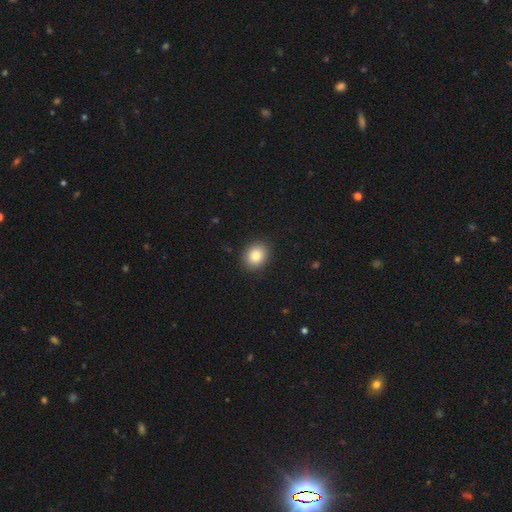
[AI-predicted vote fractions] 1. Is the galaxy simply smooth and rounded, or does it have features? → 85% smooth, 9% star or artifact, 6% featured or disk.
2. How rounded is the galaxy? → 56% round, 43% in between, 1% cigar-shaped.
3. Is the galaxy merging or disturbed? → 90% none, 7% minor disturbance, 2% major disturbance, 1% merger.